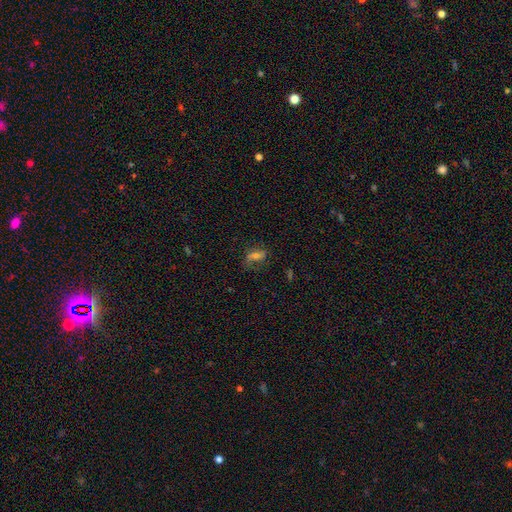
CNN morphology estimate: type=featured or disk (41%); merging=none (64%).